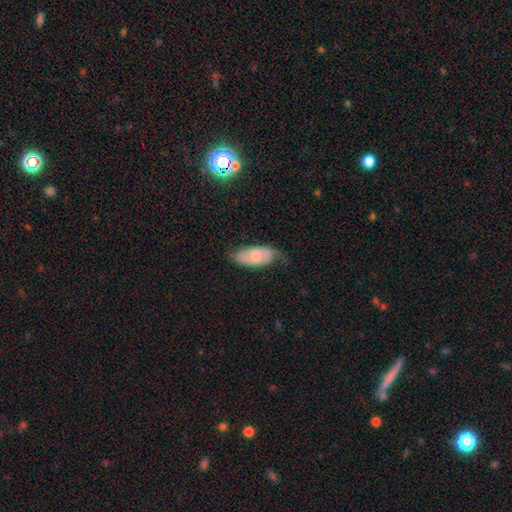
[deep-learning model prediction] This appears to be a smooth galaxy with no disk features (47%). Merging: none (56%).